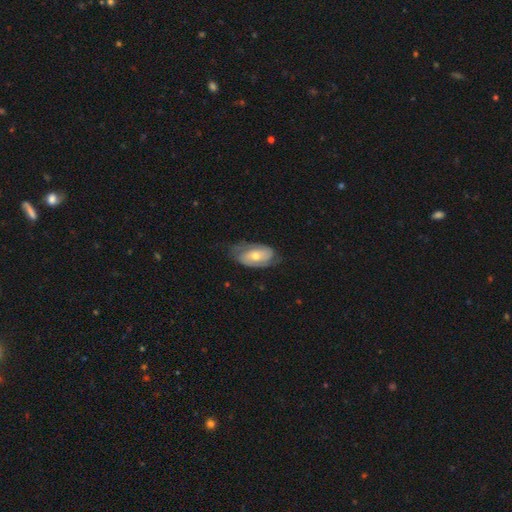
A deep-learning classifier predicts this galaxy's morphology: This is likely a featured or disk galaxy (64%). It is clearly not viewed edge-on (93%). Bar: likely no (62%). Spiral arm pattern: clearly yes (81%). Central bulge: likely moderate (62%). Merging: likely none (62%).